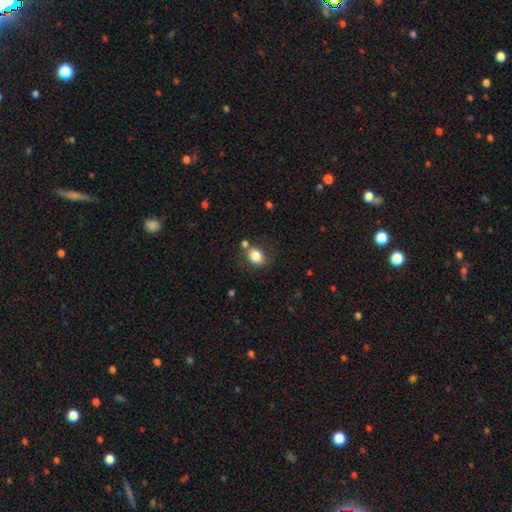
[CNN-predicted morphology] Smooth or featured: smooth — 83% (star or artifact — 9%)
How rounded: in between — 66% (round — 33%)
Merging: none — 65% (minor disturbance — 16%)